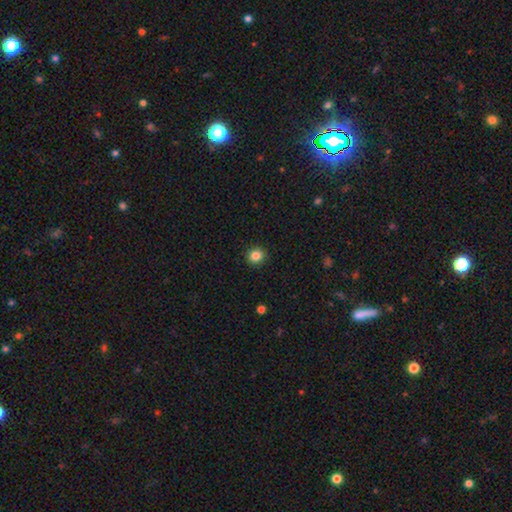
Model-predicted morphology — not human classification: This appears to be a smooth galaxy with no disk features (85%) that is round (89%). Merging: none (91%).